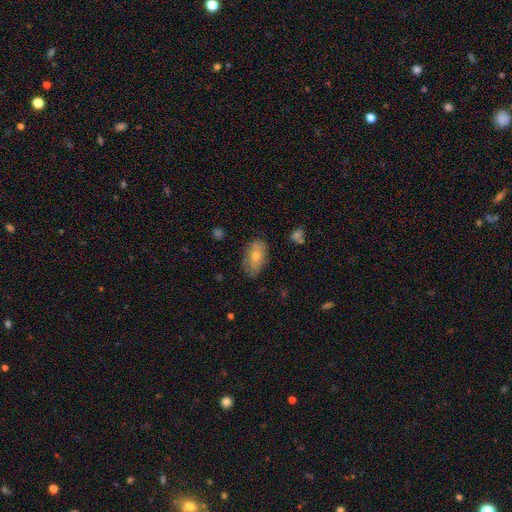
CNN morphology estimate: A smooth galaxy with no disk features (58%) that is in between round and cigar-shaped (88%). Merging: none (75%).